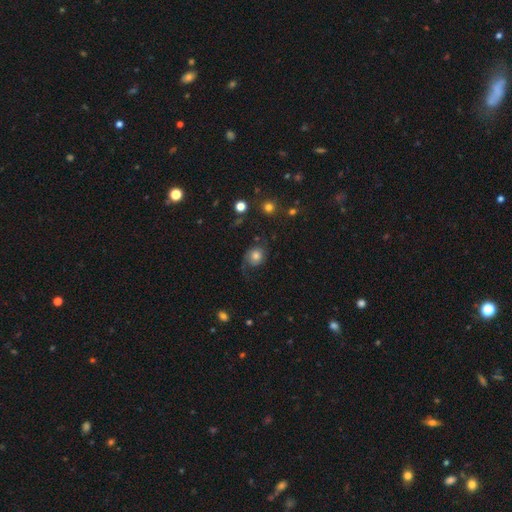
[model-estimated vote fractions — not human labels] This appears to be a smooth galaxy with no disk features (52%) that is round (72%). Merging: none (50%).